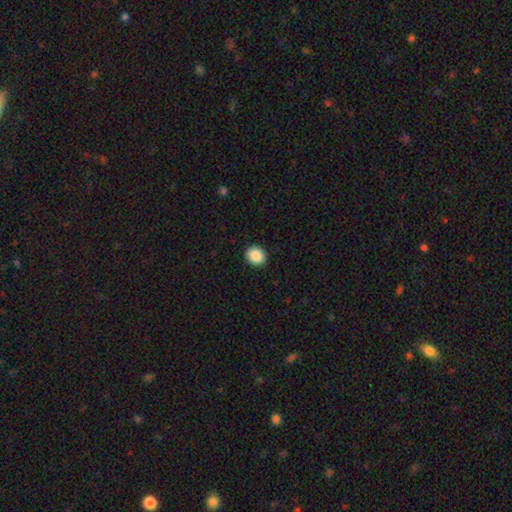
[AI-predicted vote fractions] Smooth or featured? Predicted: smooth (p=0.89). How rounded? Predicted: round (p=0.71). Merging? Predicted: none (p=0.92).